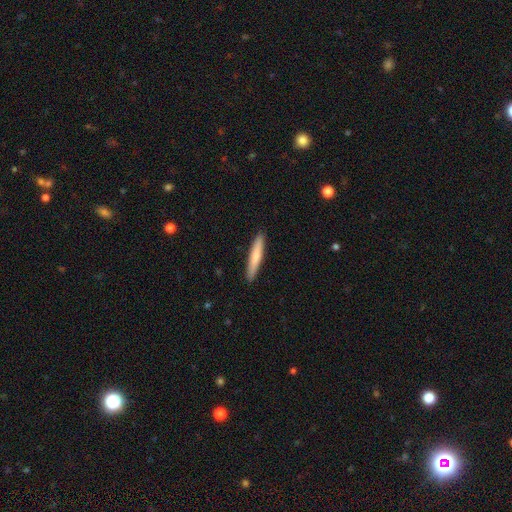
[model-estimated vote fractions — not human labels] This is likely a smooth galaxy (74%). How rounded: clearly cigar-shaped (93%). Merging: clearly none (91%).